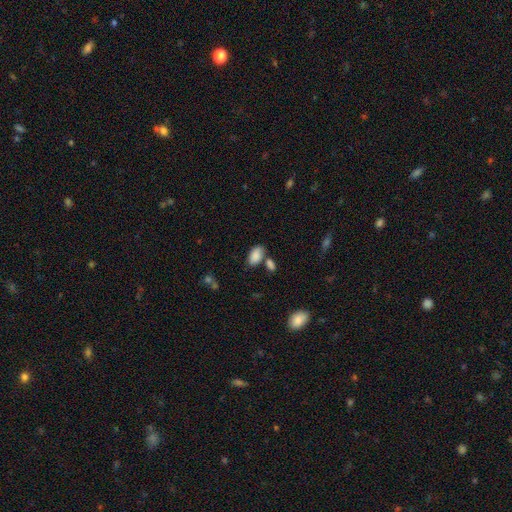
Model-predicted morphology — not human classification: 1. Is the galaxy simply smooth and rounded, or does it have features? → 86% smooth, 8% star or artifact, 6% featured or disk.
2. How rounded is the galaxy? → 94% in between, 4% round, 2% cigar-shaped.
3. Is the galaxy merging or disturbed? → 60% none, 20% merger, 16% minor disturbance, 5% major disturbance.